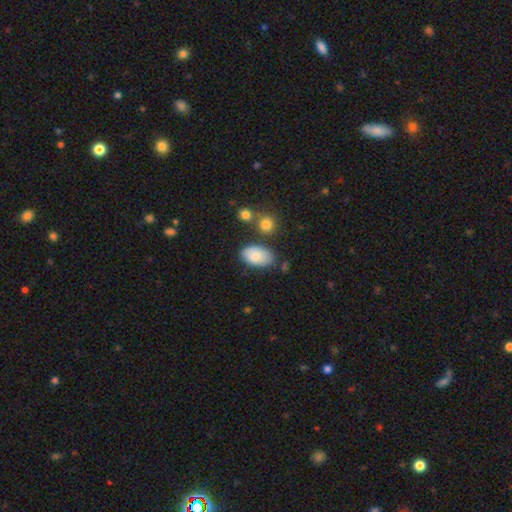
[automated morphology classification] Smooth or featured? smooth (83%)
How rounded? in between (93%)
Merging? none (70%)